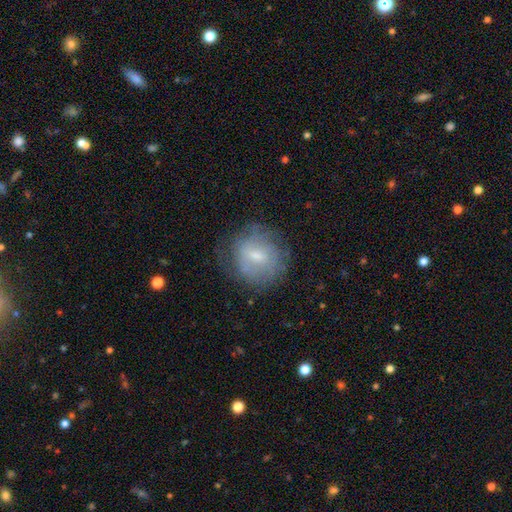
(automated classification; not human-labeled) Smooth or featured? Predicted: smooth (p=0.47). Merging? Predicted: none (p=0.69).